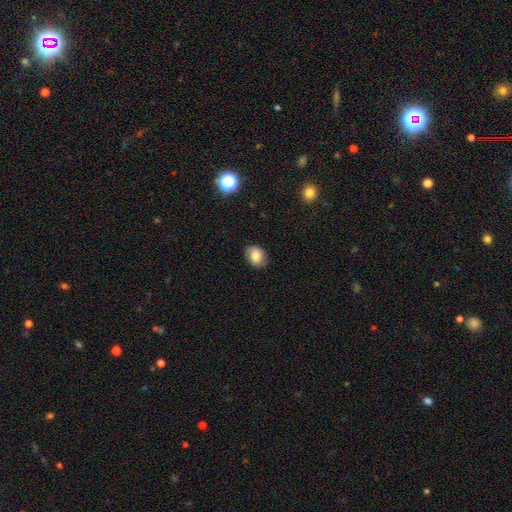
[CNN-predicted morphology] A smooth galaxy with no disk features (81%) that is in between round and cigar-shaped (71%). Merging: none (85%).